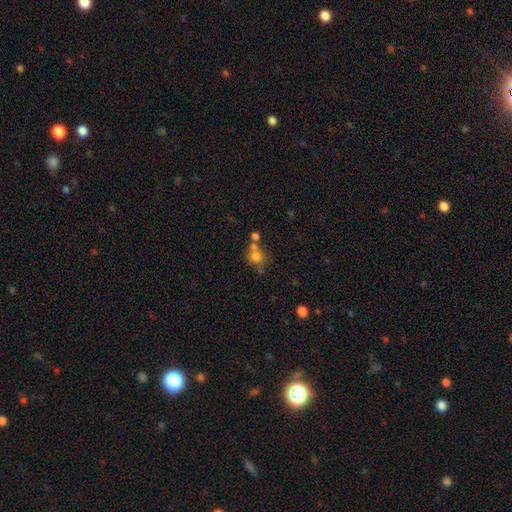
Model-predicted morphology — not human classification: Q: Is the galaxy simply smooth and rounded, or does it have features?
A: smooth — 73%.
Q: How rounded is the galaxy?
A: round — 81%.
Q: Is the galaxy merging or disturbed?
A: none — 49%.